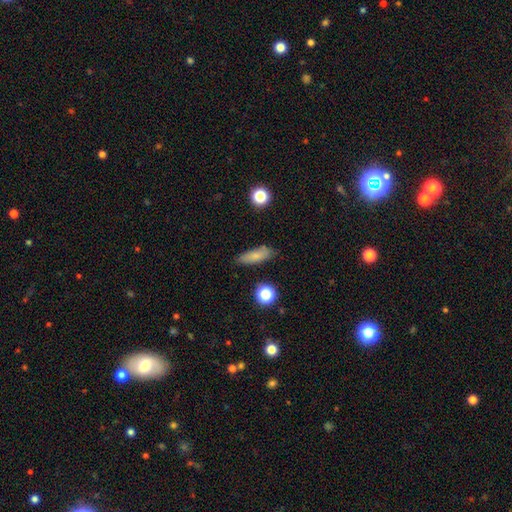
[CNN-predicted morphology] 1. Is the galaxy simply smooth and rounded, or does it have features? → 78% smooth, 12% featured or disk, 10% star or artifact.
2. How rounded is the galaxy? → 57% in between, 37% cigar-shaped, 5% round.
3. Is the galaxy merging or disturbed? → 77% none, 16% minor disturbance, 4% major disturbance, 2% merger.